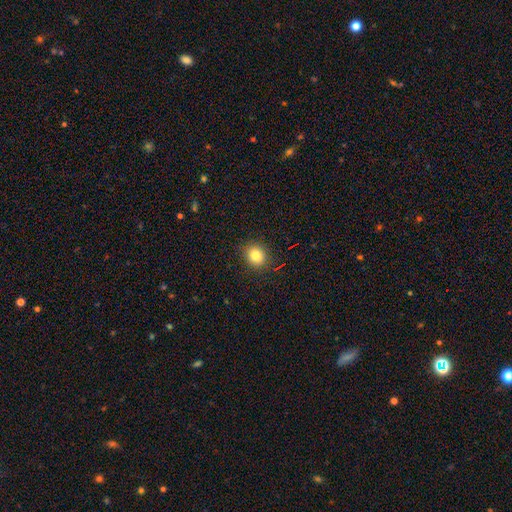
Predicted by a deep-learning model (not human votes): Smooth or featured: smooth — 82% (star or artifact — 12%)
How rounded: round — 76% (in between — 23%)
Merging: none — 89% (minor disturbance — 8%)